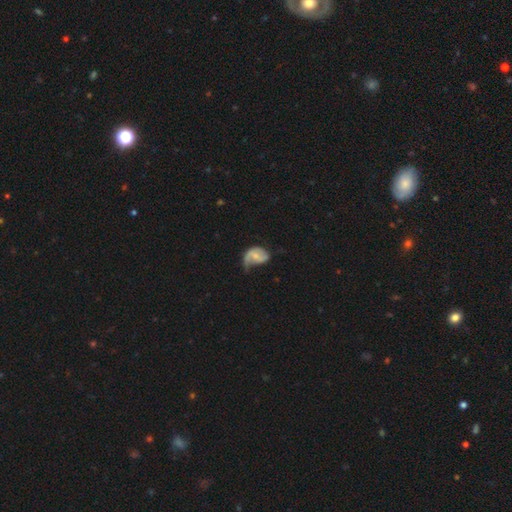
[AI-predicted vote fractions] A featured or disk galaxy (58%) with no bar (52%), spiral arms (80%) and a small central bulge (56%).

Vote fractions:
- Smooth or featured? featured or disk: 58% / smooth: 36% / star or artifact: 7%
- Edge-on disk? no: 97% / yes: 3%
- Bar? no: 52% / weak: 37% / strong: 11%
- Spiral arms? yes: 80% / no: 20%
- Bulge size? small: 56% / moderate: 26% / none: 15% / large: 2% / dominant: 1%
- Merging? major disturbance: 41% / minor disturbance: 31% / none: 25% / merger: 3%